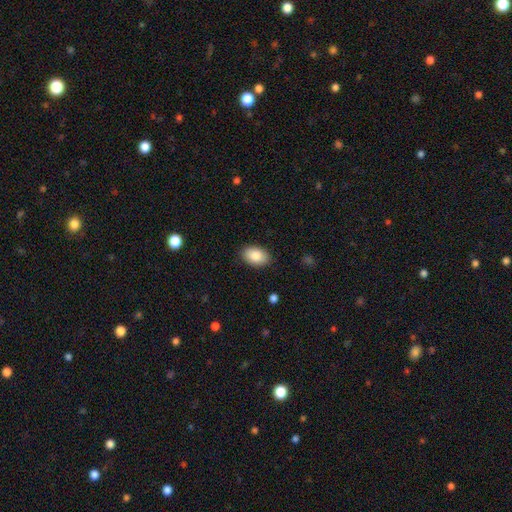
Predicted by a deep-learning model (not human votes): This appears to be a smooth galaxy with no disk features (85%) that is in between round and cigar-shaped (90%). Merging: none (89%).